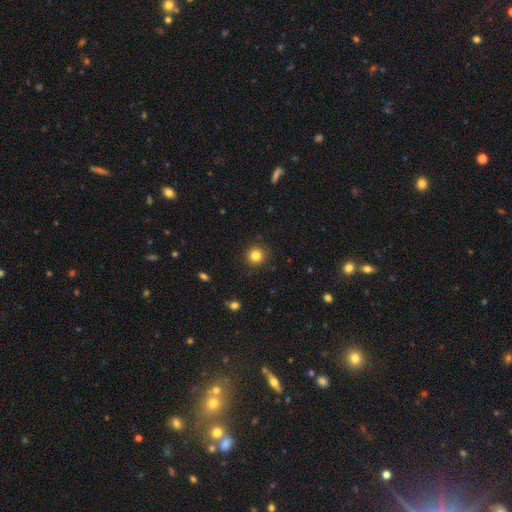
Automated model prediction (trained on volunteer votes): smooth 83%, star or artifact 12%, featured or disk 5%. Down the decision tree: how rounded — round (94%); merging — none (90%).